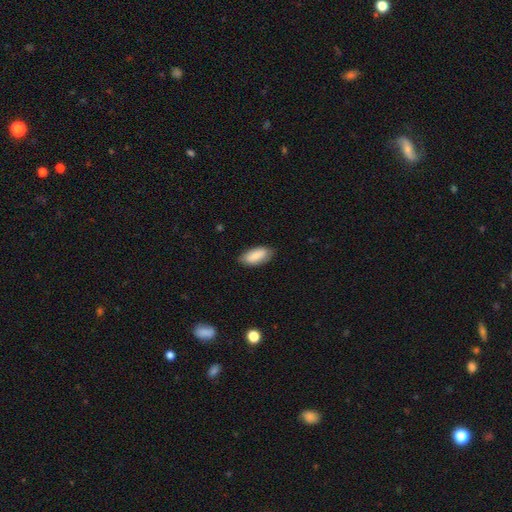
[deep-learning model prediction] Q: Smooth or featured?
A: smooth (84%); runner-up: featured or disk (10%)
Q: How rounded?
A: in between (90%); runner-up: cigar-shaped (8%)
Q: Merging?
A: none (81%); runner-up: minor disturbance (15%)